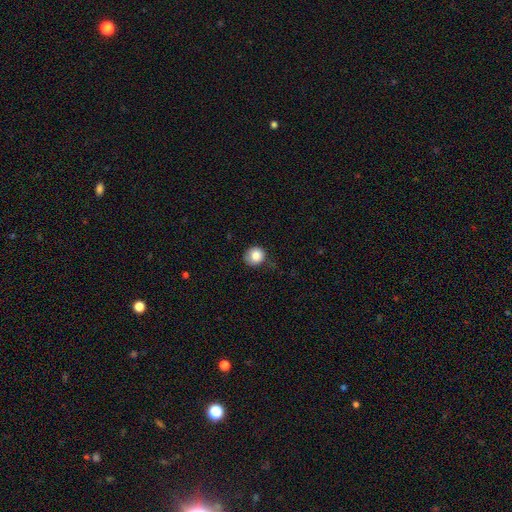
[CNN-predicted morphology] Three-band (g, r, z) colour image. It shows a smooth galaxy with no disk features (82%) that is round (88%). Merging: none (70%).